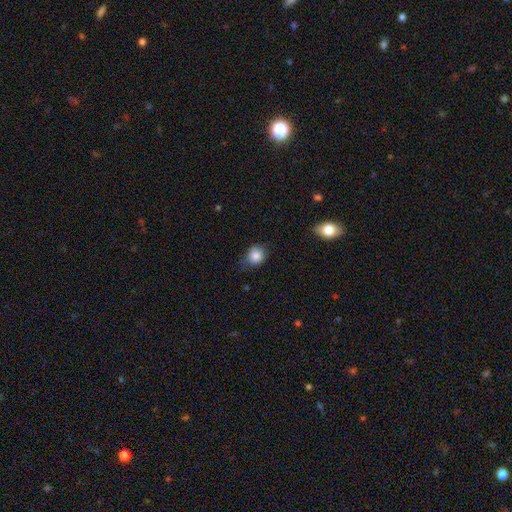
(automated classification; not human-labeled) smooth 84%, star or artifact 9%, featured or disk 7%. Down the decision tree: how rounded — round (68%); merging — none (66%).